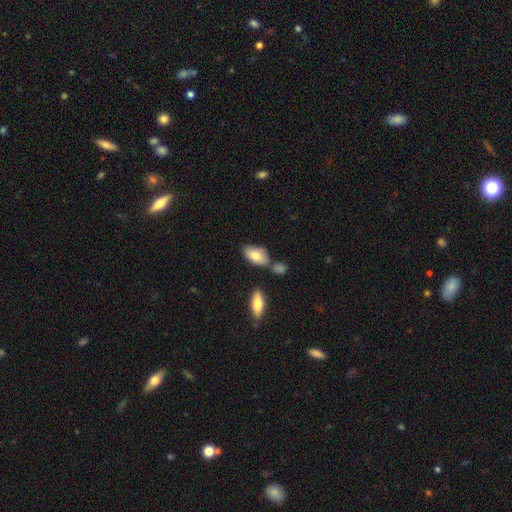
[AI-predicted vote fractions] A smooth galaxy with no disk features (78%) that is in between round and cigar-shaped (92%).

Vote fractions:
- Smooth or featured? smooth: 78% / featured or disk: 16% / star or artifact: 6%
- How rounded? in between: 92% / cigar-shaped: 4% / round: 4%
- Merging? none: 63% / minor disturbance: 19% / merger: 14% / major disturbance: 4%